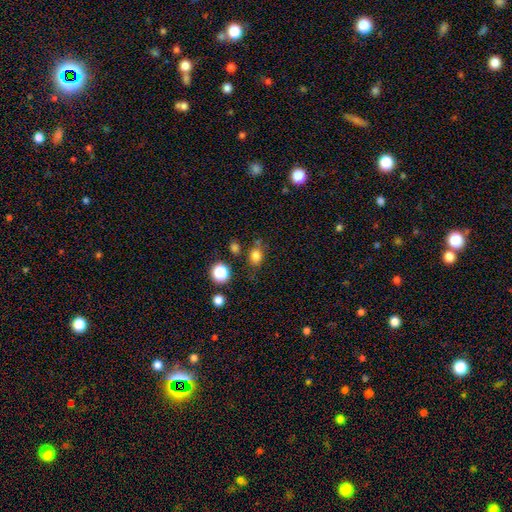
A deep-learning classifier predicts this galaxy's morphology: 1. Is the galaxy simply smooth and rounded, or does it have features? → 79% smooth, 14% star or artifact, 6% featured or disk.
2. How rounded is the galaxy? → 51% round, 48% in between, 1% cigar-shaped.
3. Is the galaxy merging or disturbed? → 71% none, 16% minor disturbance, 7% merger, 5% major disturbance.